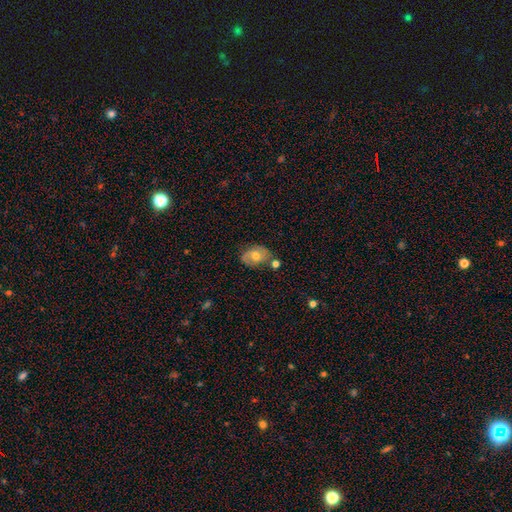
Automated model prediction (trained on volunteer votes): This is possibly a smooth galaxy (46%, tied with featured or disk). Merging: likely none (63%).